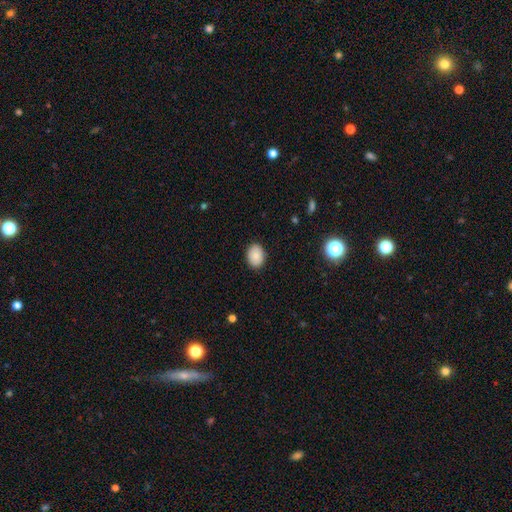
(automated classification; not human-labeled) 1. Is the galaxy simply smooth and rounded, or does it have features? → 85% smooth, 8% star or artifact, 7% featured or disk.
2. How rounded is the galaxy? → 68% in between, 31% round, 1% cigar-shaped.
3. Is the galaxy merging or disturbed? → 88% none, 9% minor disturbance, 2% major disturbance, 1% merger.